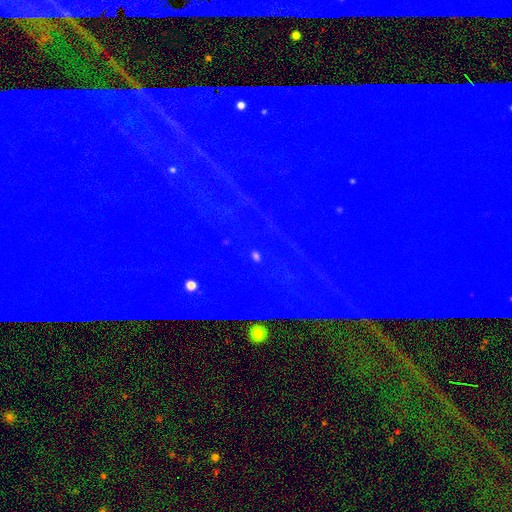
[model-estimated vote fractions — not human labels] A star or artifact, not a galaxy (87%).